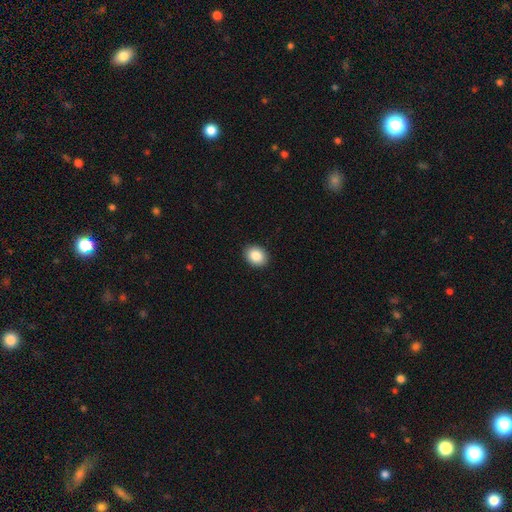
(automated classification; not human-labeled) smooth 87%, star or artifact 8%, featured or disk 5%. Down the decision tree: how rounded — in between (57%); merging — none (91%).